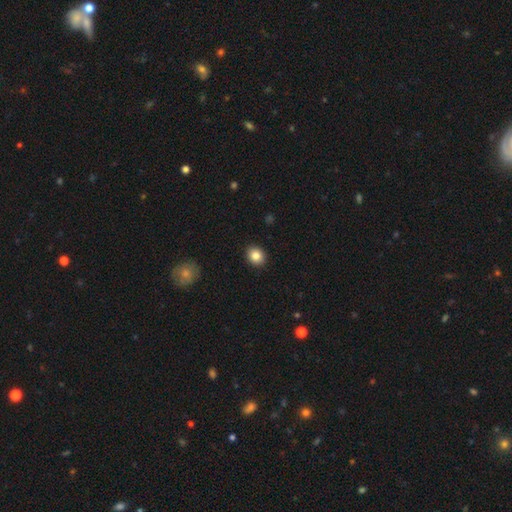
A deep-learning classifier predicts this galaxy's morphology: smooth 85%, star or artifact 9%, featured or disk 6%. Down the decision tree: how rounded — round (63%); merging — none (91%).